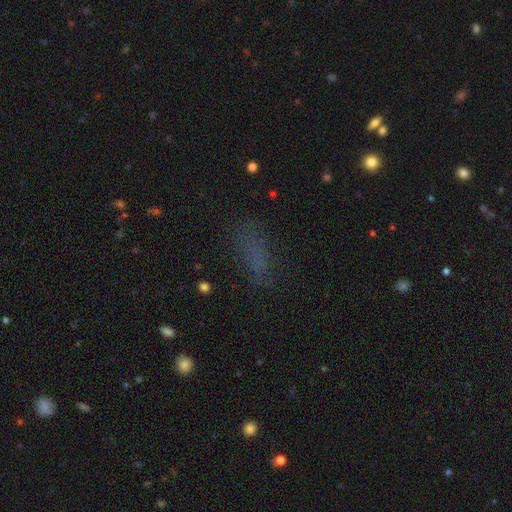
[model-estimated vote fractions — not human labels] The model was most divided on "smooth or featured": smooth: 61%, star or artifact: 27%, featured or disk: 12%. More confident: merging — none (70%); how rounded — in between (67%).